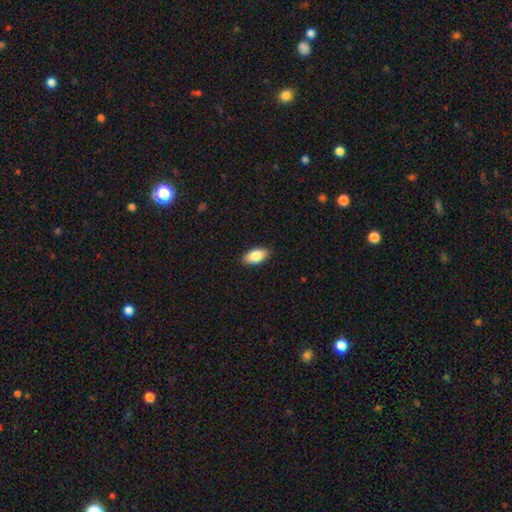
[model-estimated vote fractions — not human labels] A smooth galaxy with no disk features (83%) that is in between round and cigar-shaped (92%). Merging: none (89%).